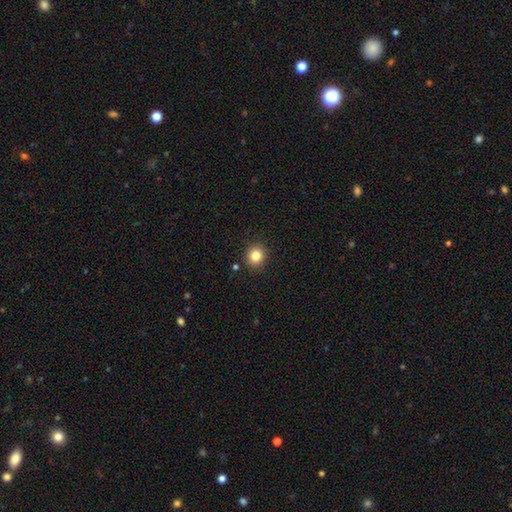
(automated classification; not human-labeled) A smooth galaxy with no disk features (83%) that is round (81%).

Vote fractions:
- Smooth or featured? smooth: 83% / star or artifact: 11% / featured or disk: 6%
- How rounded? round: 81% / in between: 18% / cigar-shaped: 1%
- Merging? none: 89% / minor disturbance: 7% / major disturbance: 2% / merger: 2%